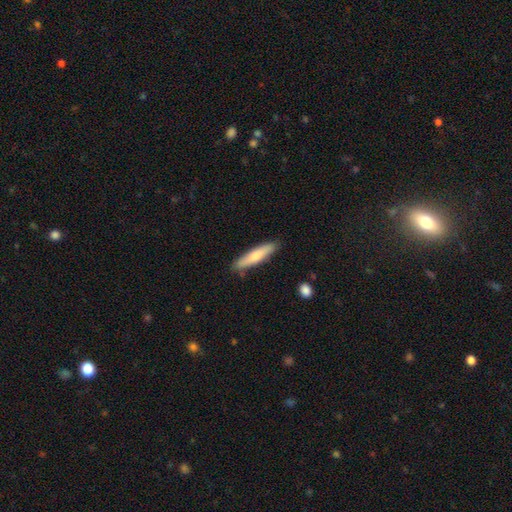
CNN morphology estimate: A smooth galaxy with no disk features (69%) that is cigar-shaped (84%).

Vote fractions:
- Smooth or featured? smooth: 69% / featured or disk: 26% / star or artifact: 5%
- How rounded? cigar-shaped: 84% / in between: 15% / round: 1%
- Merging? none: 85% / minor disturbance: 11% / major disturbance: 2% / merger: 2%